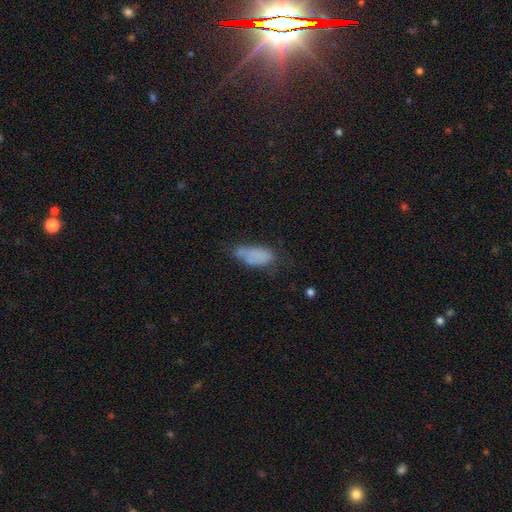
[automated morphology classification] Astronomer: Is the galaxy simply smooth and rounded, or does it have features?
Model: smooth — 73%.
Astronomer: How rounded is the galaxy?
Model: in between — 80%.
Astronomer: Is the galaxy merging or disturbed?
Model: none — 42% (runner-up: minor disturbance, 33%).